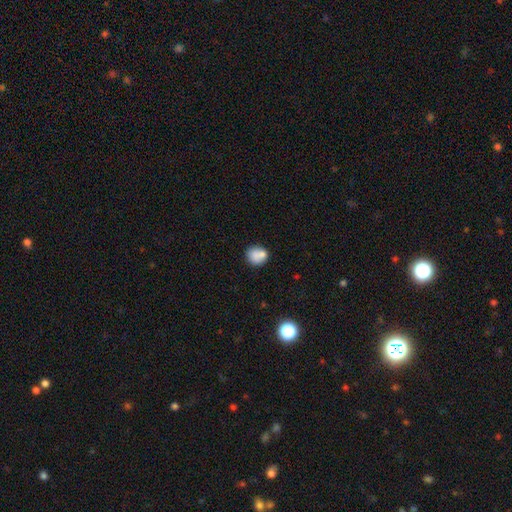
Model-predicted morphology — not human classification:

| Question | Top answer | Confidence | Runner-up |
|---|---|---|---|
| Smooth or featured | smooth | 81% | featured or disk (10%) |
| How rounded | round | 82% | in between (17%) |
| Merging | none | 61% | merger (21%) |